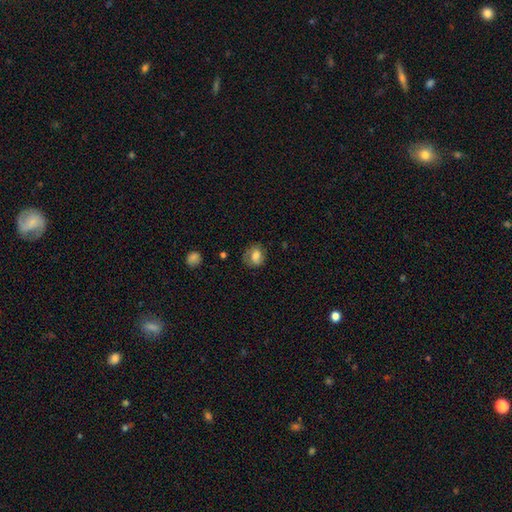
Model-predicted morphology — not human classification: Q: Smooth or featured?
A: smooth (72%); runner-up: featured or disk (18%)
Q: How rounded?
A: round (53%); runner-up: in between (46%)
Q: Merging?
A: none (57%); runner-up: minor disturbance (27%)